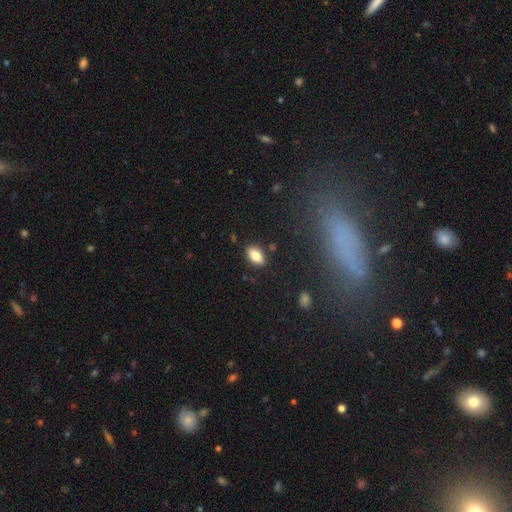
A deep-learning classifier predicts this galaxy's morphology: type=smooth (81%); roundness=in between (91%); merging=none (85%).